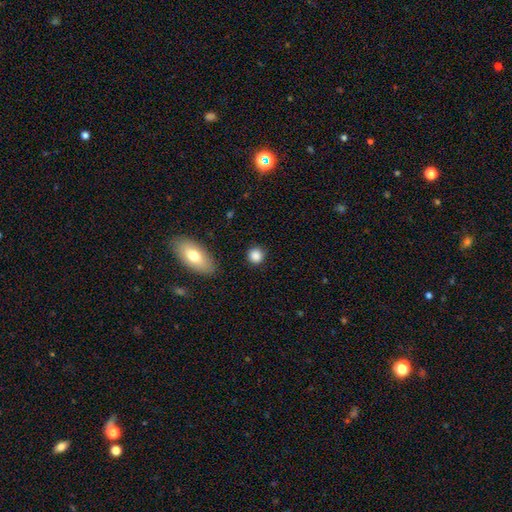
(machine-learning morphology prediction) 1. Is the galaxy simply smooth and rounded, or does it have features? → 86% smooth, 9% star or artifact, 5% featured or disk.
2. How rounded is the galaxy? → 88% round, 11% in between, 1% cigar-shaped.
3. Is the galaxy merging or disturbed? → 87% none, 8% minor disturbance, 3% major disturbance, 2% merger.